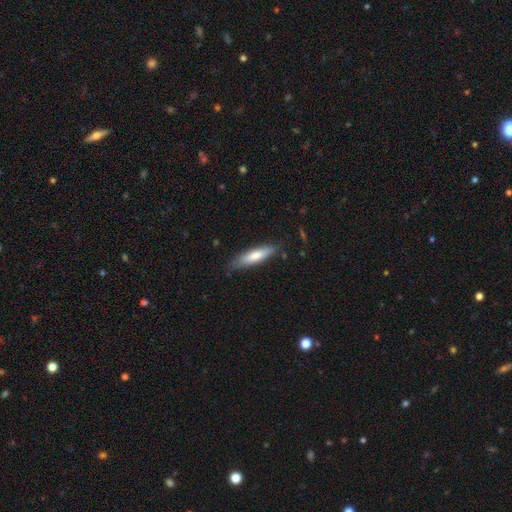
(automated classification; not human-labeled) The model was most divided on "smooth or featured": smooth: 72%, featured or disk: 23%, star or artifact: 5%. More confident: merging — none (80%); how rounded — cigar-shaped (76%).